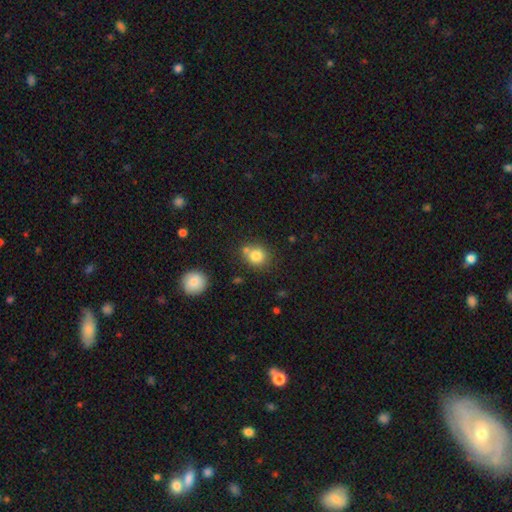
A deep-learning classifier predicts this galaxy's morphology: smooth-or-featured: smooth: 81% | star or artifact: 11% | featured or disk: 8%
  how-rounded: round: 82% | in between: 18% | cigar-shaped: 1%
  merging: none: 61% | merger: 23% | minor disturbance: 12% | major disturbance: 4%